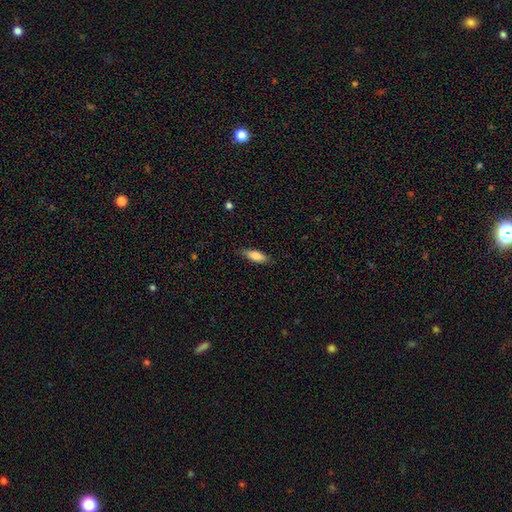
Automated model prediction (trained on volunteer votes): smooth 80%, featured or disk 14%, star or artifact 6%. Down the decision tree: how rounded — in between (65%); merging — none (83%).